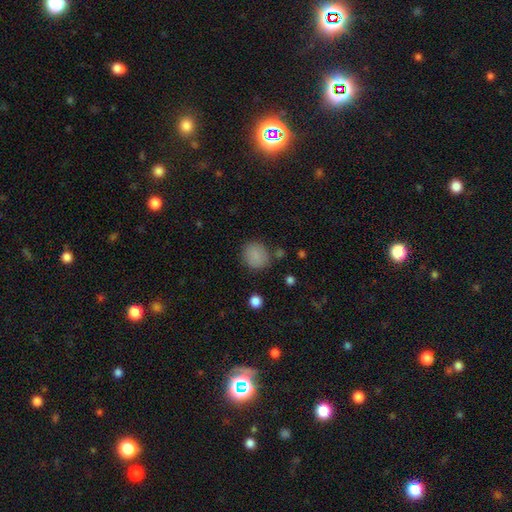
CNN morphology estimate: The model was most divided on "how rounded": round: 79%, in between: 20%, cigar-shaped: 1%. More confident: smooth or featured — smooth (85%); merging — none (79%).